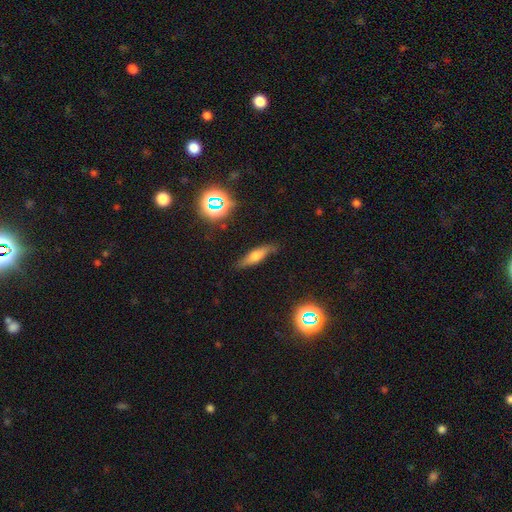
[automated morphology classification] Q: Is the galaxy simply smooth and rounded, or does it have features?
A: smooth — 54%.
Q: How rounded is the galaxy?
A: cigar-shaped — 62%.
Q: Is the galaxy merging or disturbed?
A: none — 80%.